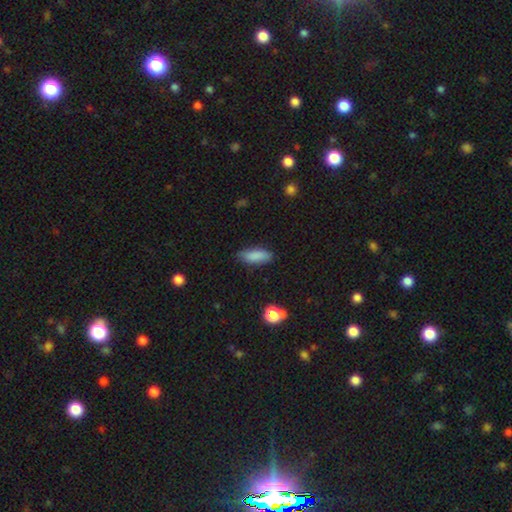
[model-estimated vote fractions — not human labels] Smooth or featured? Predicted: smooth (p=0.85). How rounded? Predicted: in between (p=0.70). Merging? Predicted: none (p=0.78).